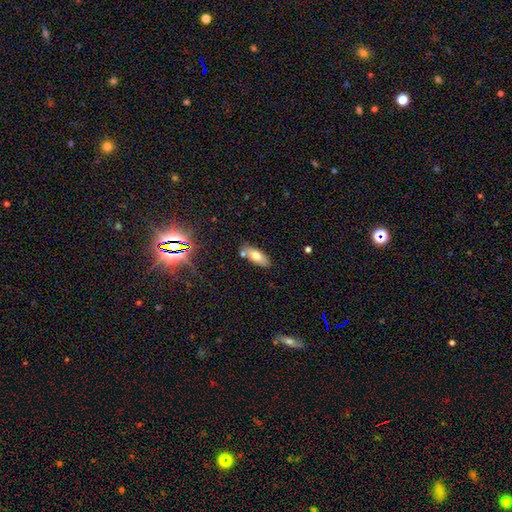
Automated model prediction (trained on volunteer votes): Morphology: type=smooth (70%); roundness=in between (81%); merging=none (75%).